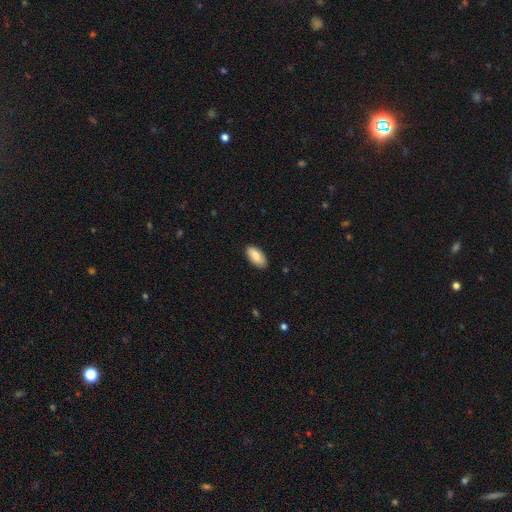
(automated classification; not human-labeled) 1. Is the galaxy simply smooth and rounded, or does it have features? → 83% smooth, 11% featured or disk, 6% star or artifact.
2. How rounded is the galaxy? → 91% in between, 7% cigar-shaped, 2% round.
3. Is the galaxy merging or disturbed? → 88% none, 10% minor disturbance, 2% major disturbance, 1% merger.